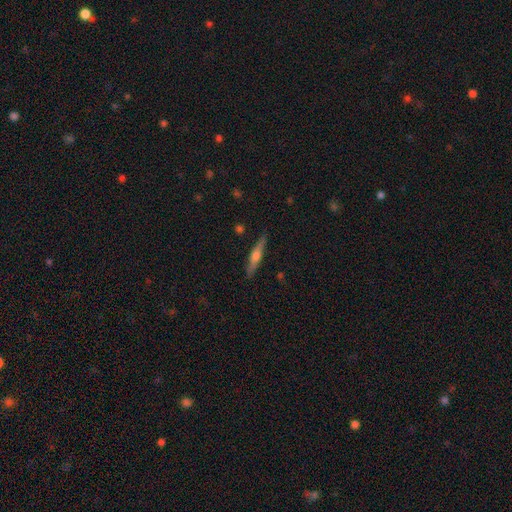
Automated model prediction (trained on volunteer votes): smooth_or_featured: featured or disk (p=0.58) [alt: smooth p=0.36]
disk_edge_on: yes (p=0.96) [alt: no p=0.04]
edge_on_bulge: rounded (p=0.84) [alt: boxy p=0.08]
merging: none (p=0.88) [alt: minor disturbance p=0.09]